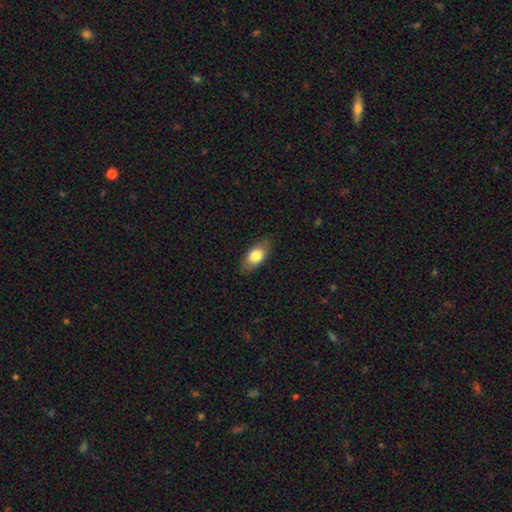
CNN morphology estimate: A smooth galaxy with no disk features (79%) that is in between round and cigar-shaped (89%).

Vote fractions:
- Smooth or featured? smooth: 79% / featured or disk: 15% / star or artifact: 6%
- How rounded? in between: 89% / round: 6% / cigar-shaped: 5%
- Merging? none: 82% / minor disturbance: 14% / major disturbance: 3% / merger: 1%